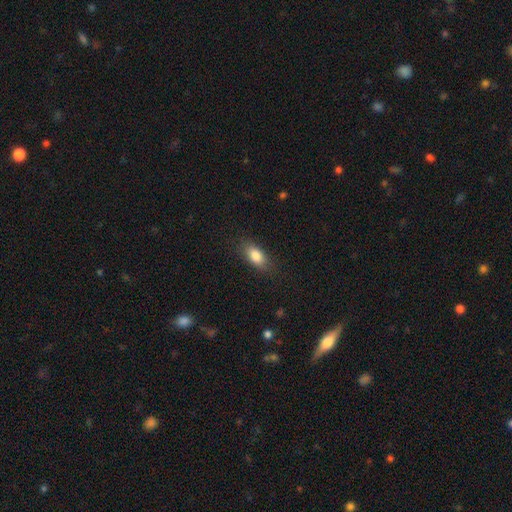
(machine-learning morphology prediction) Q: Smooth or featured?
A: smooth (84%); runner-up: featured or disk (8%)
Q: How rounded?
A: in between (86%); runner-up: cigar-shaped (9%)
Q: Merging?
A: none (82%); runner-up: minor disturbance (13%)